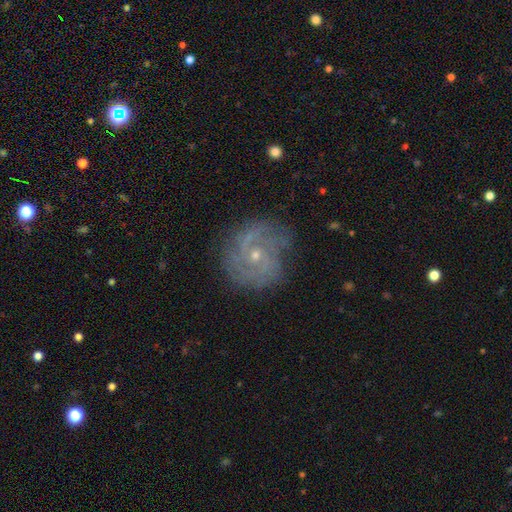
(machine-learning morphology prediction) A featured or disk galaxy (81%) with no bar (72%), 2 (34%) tight (55%) spiral arms (93%) and a small central bulge (71%).

Vote fractions:
- Smooth or featured? featured or disk: 81% / smooth: 11% / star or artifact: 8%
- Edge-on disk? no: 98% / yes: 2%
- Bar? no: 72% / weak: 24% / strong: 4%
- Spiral arms? yes: 93% / no: 7%
- Spiral winding? tight: 55% / medium: 34% / loose: 11%
- Spiral arm count? 2: 34% / can't tell: 27% / 3: 20% / 4: 8% / 1: 6% / more than 4: 6%
- Bulge size? small: 71% / moderate: 26% / none: 1% / large: 1% / dominant: 1%
- Merging? none: 73% / minor disturbance: 18% / major disturbance: 8% / merger: 2%